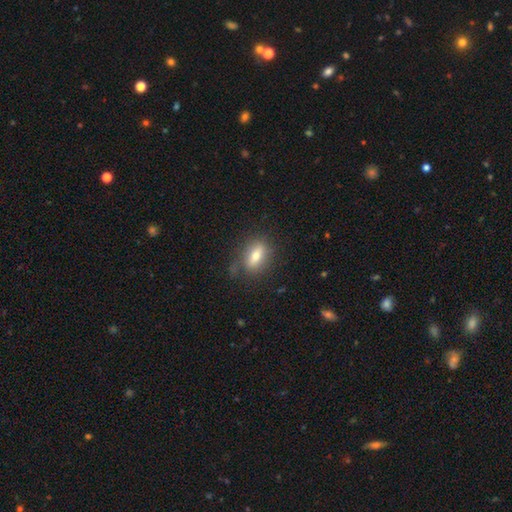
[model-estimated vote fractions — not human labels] The model was most divided on "smooth or featured": smooth: 66%, featured or disk: 25%, star or artifact: 9%. More confident: merging — none (74%); how rounded — in between (74%).